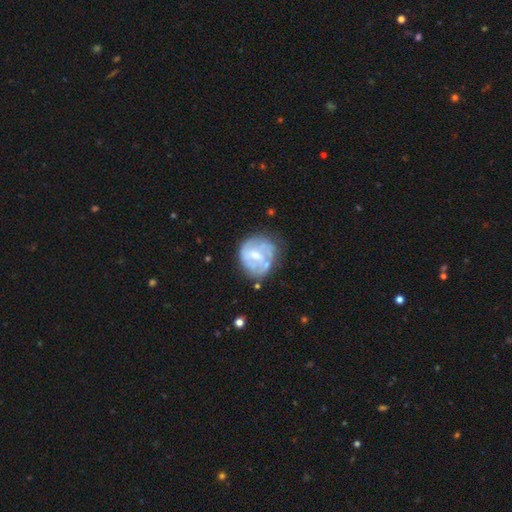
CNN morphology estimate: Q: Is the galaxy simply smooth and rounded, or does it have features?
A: featured or disk — 68%.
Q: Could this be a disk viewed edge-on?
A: no — 98%.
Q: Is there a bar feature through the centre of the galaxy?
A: no — 47%.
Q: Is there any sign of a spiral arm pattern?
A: yes — 64%.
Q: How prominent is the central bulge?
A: moderate — 49%.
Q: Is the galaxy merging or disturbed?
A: none — 60%.